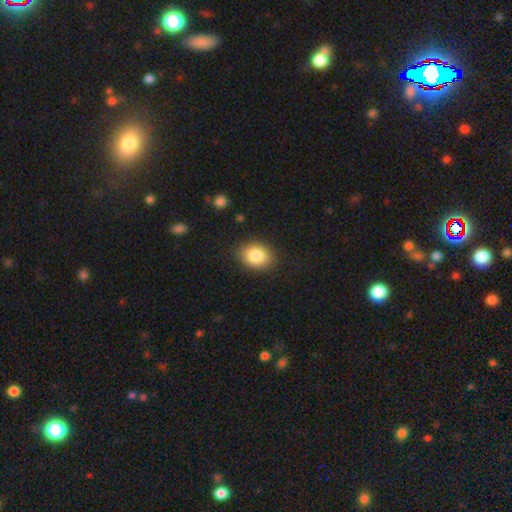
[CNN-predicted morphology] This appears to be a smooth galaxy with no disk features (84%) that is in between round and cigar-shaped (68%). Merging: none (85%).